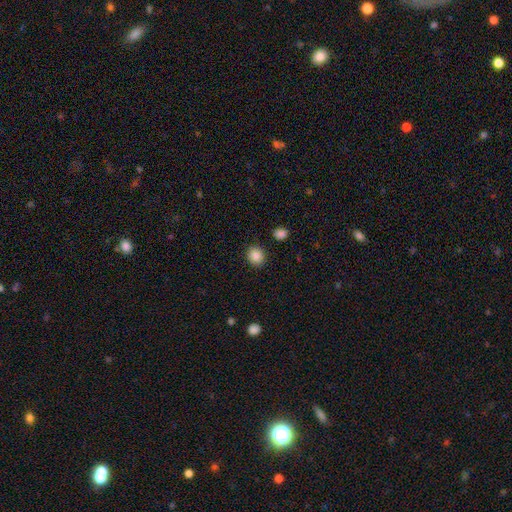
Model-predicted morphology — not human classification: type=smooth (87%); roundness=round (81%); merging=none (90%).